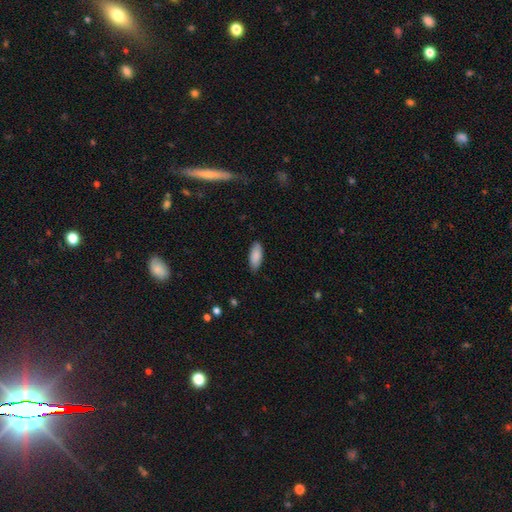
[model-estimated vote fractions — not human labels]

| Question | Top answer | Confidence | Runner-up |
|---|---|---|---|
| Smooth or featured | smooth | 88% | featured or disk (6%) |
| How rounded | in between | 82% | cigar-shaped (16%) |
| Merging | none | 85% | minor disturbance (11%) |